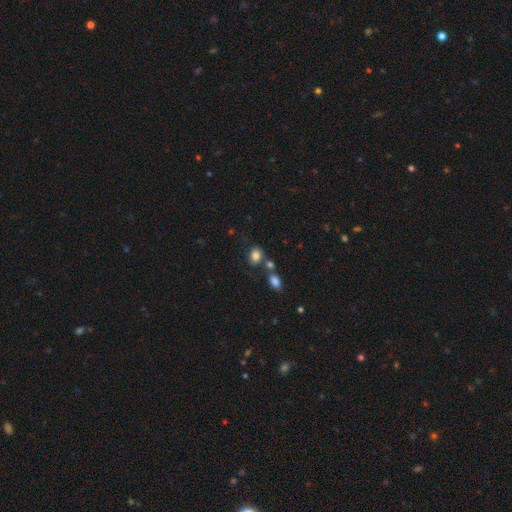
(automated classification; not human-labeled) The model was most divided on "how rounded": in between: 60%, round: 39%, cigar-shaped: 1%. More confident: smooth or featured — smooth (83%); merging — none (58%).